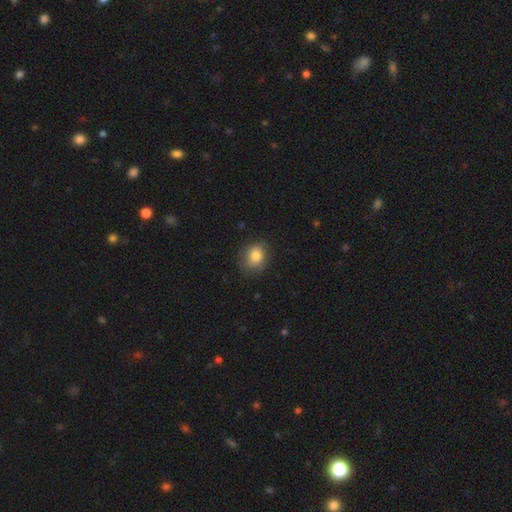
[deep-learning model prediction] Smooth or featured? smooth (82%)
How rounded? round (53%)
Merging? none (77%)